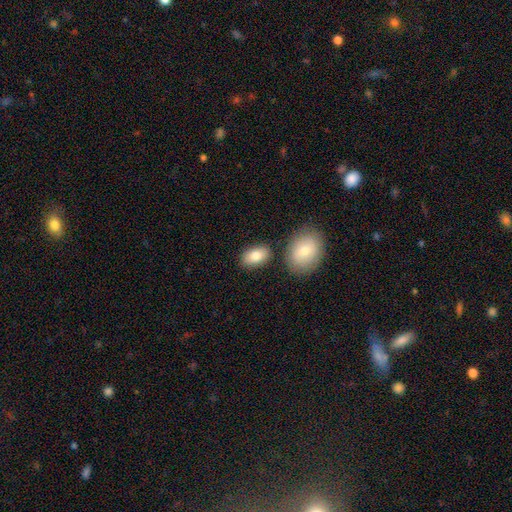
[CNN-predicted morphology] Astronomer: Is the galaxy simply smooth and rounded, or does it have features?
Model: smooth — 82%.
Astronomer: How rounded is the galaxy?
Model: in between — 90%.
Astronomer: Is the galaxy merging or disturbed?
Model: none — 76%.